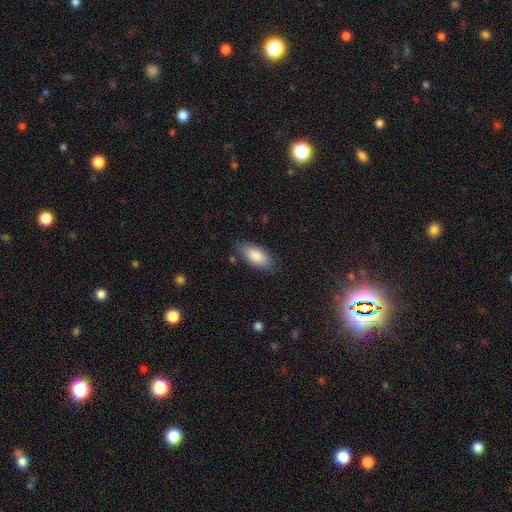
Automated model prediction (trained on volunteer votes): A smooth galaxy with no disk features (86%) that is in between round and cigar-shaped (89%).

Vote fractions:
- Smooth or featured? smooth: 86% / featured or disk: 8% / star or artifact: 6%
- How rounded? in between: 89% / cigar-shaped: 9% / round: 2%
- Merging? none: 81% / minor disturbance: 14% / major disturbance: 3% / merger: 2%